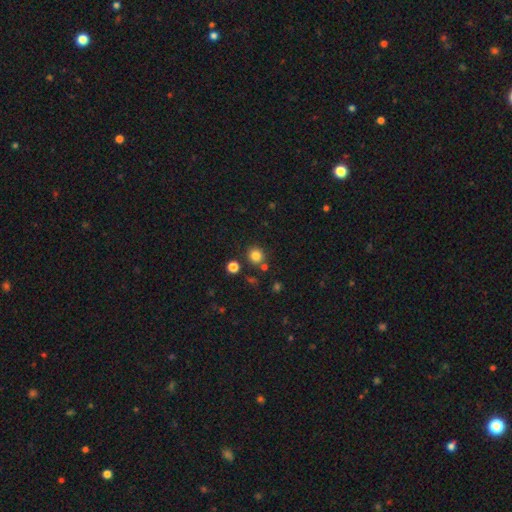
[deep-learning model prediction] Morphology: type=smooth (82%); roundness=round (91%); merging=none (83%).